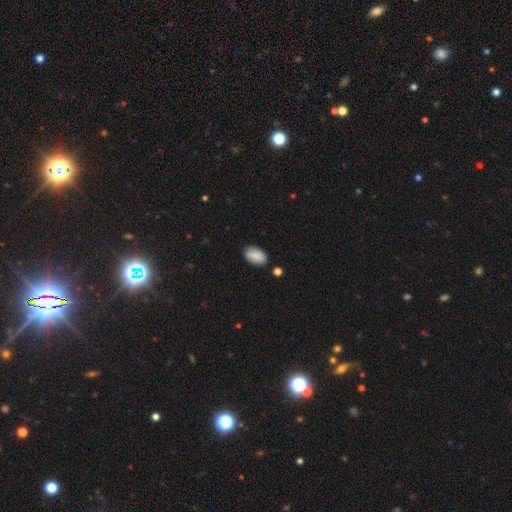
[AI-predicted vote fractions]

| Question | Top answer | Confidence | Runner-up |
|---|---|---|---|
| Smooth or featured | smooth | 89% | star or artifact (7%) |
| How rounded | in between | 94% | round (4%) |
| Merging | none | 85% | minor disturbance (11%) |